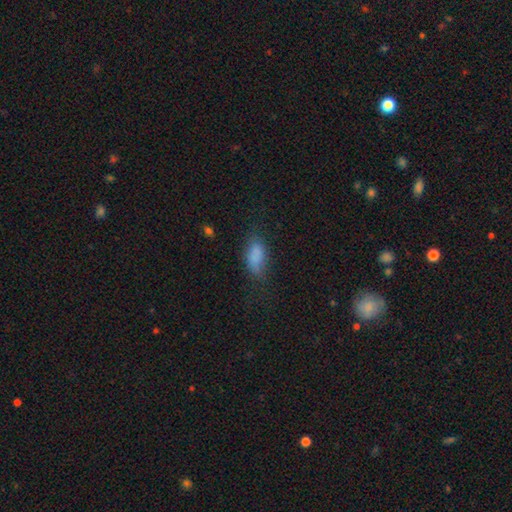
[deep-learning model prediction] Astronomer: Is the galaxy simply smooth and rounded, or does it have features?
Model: smooth — 81%.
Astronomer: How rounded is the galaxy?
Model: in between — 87%.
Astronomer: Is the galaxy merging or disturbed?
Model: none — 60%.